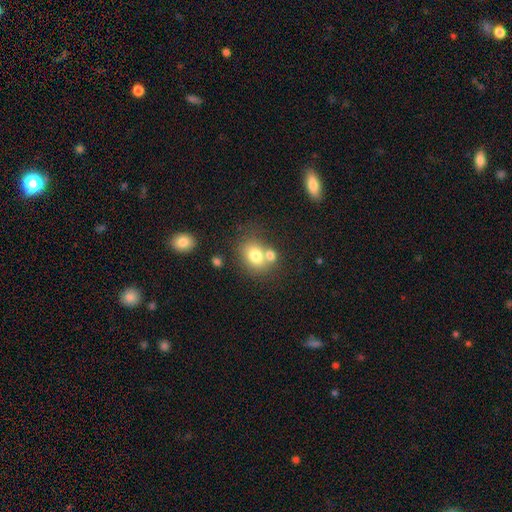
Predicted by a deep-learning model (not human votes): smooth_or_featured: smooth (p=0.75) [alt: featured or disk p=0.15]
how_rounded: round (p=0.50) [alt: in between p=0.49]
merging: none (p=0.46) [alt: merger p=0.38]